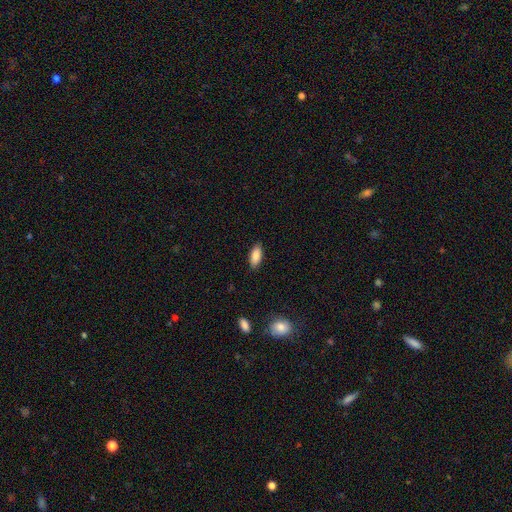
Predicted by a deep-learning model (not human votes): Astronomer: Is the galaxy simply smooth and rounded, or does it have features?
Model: smooth — 87%.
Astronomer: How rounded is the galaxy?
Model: in between — 85%.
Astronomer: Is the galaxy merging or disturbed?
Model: none — 87%.